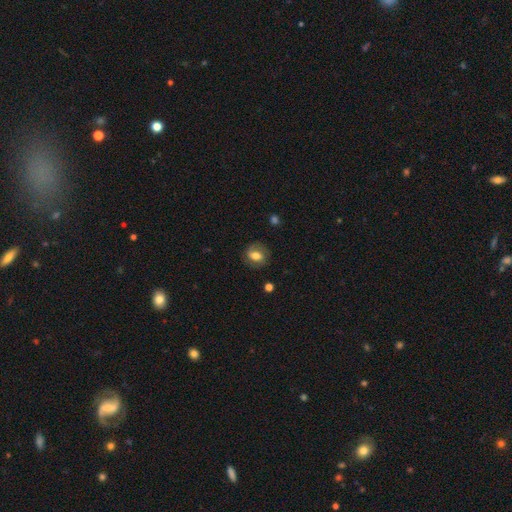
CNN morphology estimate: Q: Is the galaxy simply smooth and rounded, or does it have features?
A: smooth — 64%.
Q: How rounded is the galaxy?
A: in between — 50%.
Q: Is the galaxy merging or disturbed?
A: none — 77%.